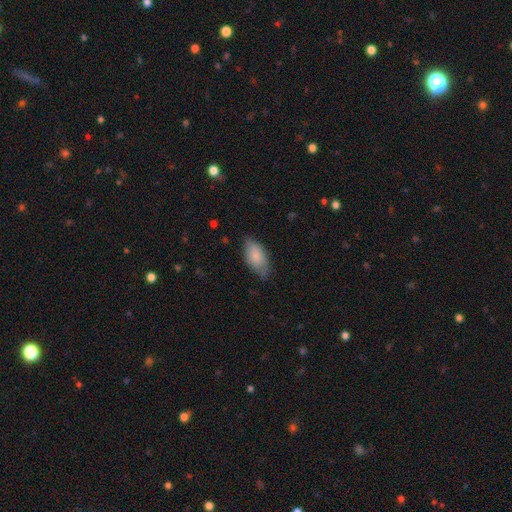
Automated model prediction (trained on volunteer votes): The model was most divided on "merging": none: 68%, minor disturbance: 26%, major disturbance: 5%, merger: 1%. More confident: how rounded — in between (92%); smooth or featured — smooth (80%).